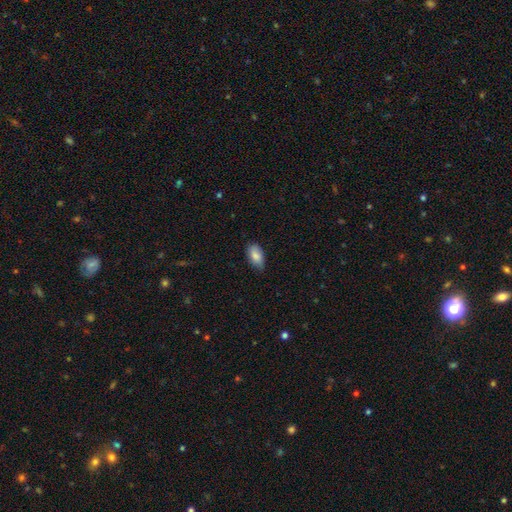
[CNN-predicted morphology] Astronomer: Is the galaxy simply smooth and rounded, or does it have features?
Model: smooth — 85%.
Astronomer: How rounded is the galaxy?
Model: in between — 92%.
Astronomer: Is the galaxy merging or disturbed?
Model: none — 75%.